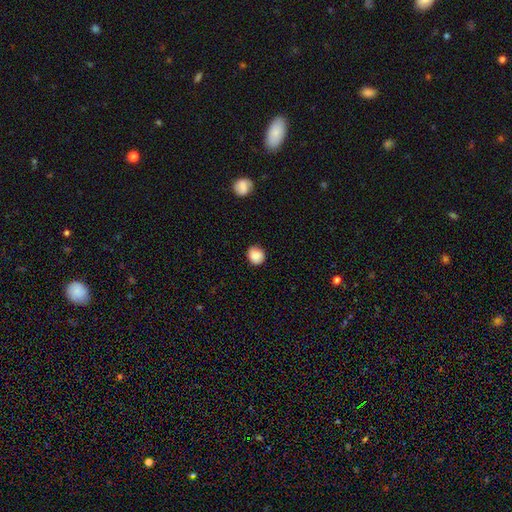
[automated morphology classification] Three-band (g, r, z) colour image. It shows a smooth galaxy with no disk features (88%) that is round (78%). Merging: none (82%).